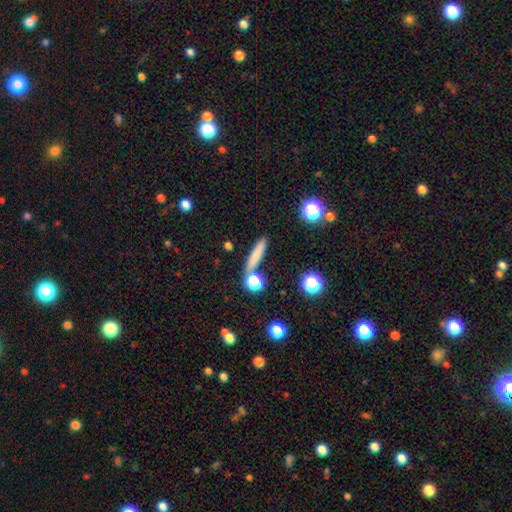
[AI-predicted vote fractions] smooth-or-featured: smooth: 73% | featured or disk: 17% | star or artifact: 10%
  how-rounded: cigar-shaped: 84% | in between: 10% | round: 6%
  merging: none: 78% | minor disturbance: 10% | merger: 9% | major disturbance: 3%